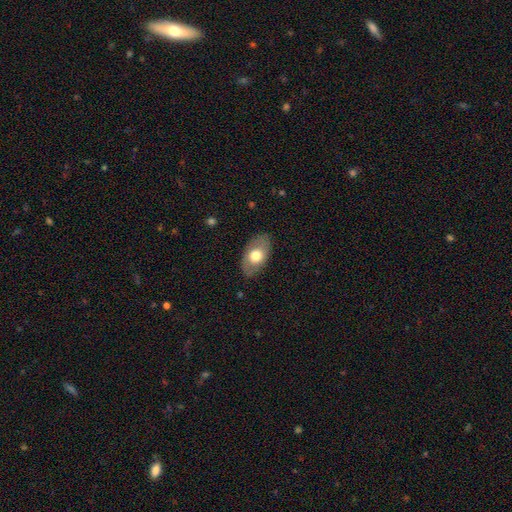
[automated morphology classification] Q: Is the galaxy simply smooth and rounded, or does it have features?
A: smooth — 64%.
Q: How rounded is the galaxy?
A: in between — 91%.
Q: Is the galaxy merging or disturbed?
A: none — 82%.